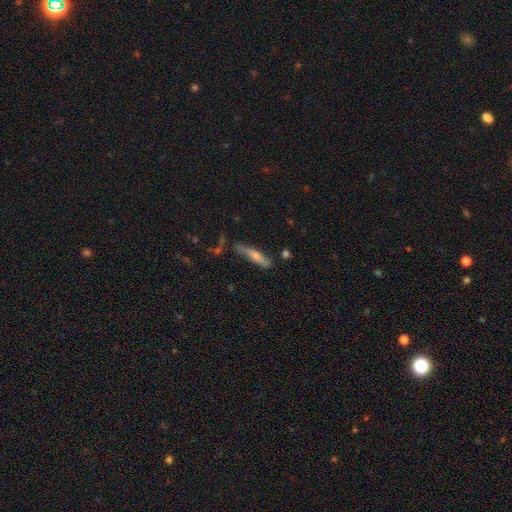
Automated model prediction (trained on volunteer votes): A featured or disk galaxy (49%).

Vote fractions:
- Smooth or featured? featured or disk: 49% / smooth: 43% / star or artifact: 9%
- Merging? none: 70% / minor disturbance: 19% / major disturbance: 5% / merger: 5%